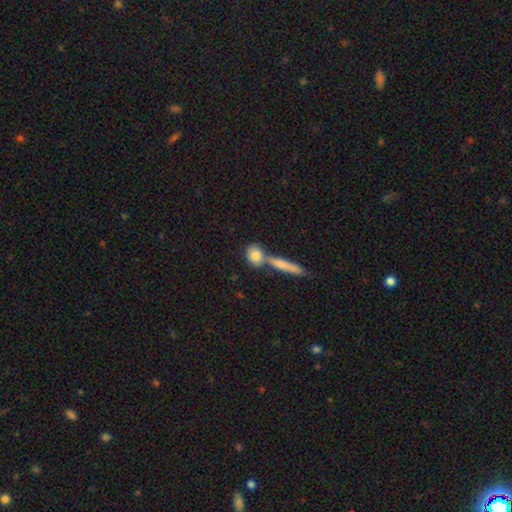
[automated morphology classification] smooth_or_featured: smooth (p=0.78) [alt: featured or disk p=0.15]
how_rounded: round (p=0.43) [alt: in between p=0.40]
merging: none (p=0.56) [alt: merger p=0.30]